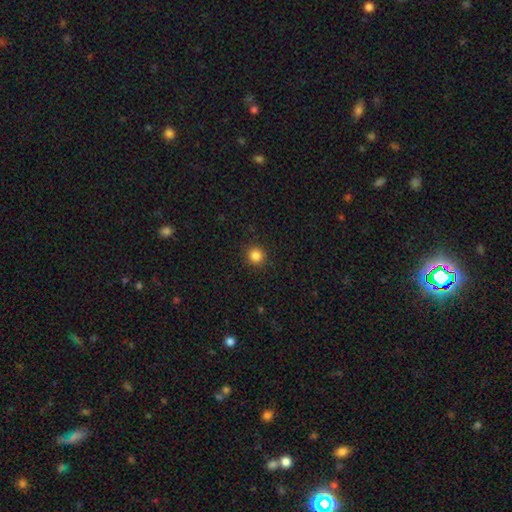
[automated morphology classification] This is clearly a smooth galaxy (85%). How rounded: clearly round (94%). Merging: clearly none (92%).